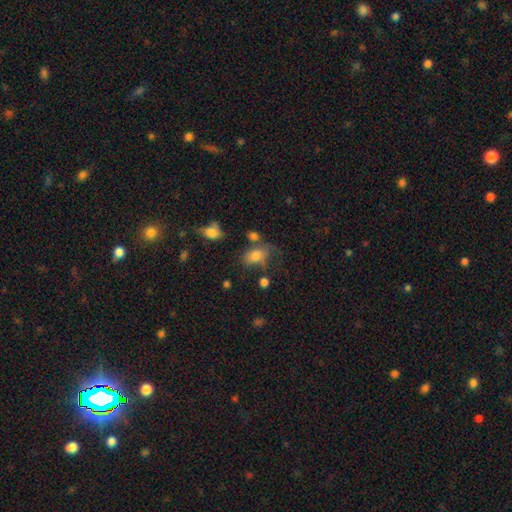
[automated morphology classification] A smooth galaxy with no disk features (75%) that is in between round and cigar-shaped (84%). Merging: none (42%).